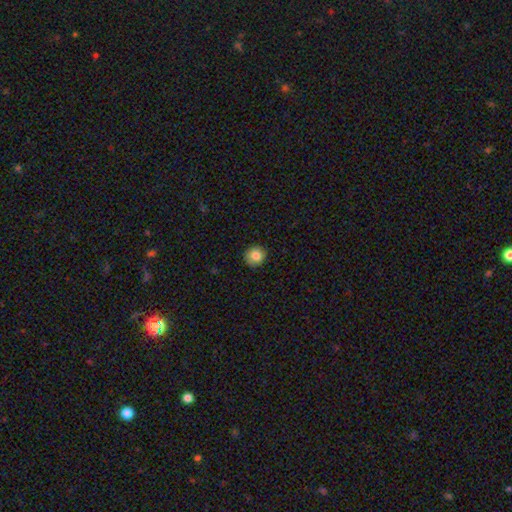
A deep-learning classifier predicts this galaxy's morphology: Smooth or featured?
  - smooth: 84% *
  - star or artifact: 9%
  - featured or disk: 7%
How rounded?
  - round: 90% *
  - in between: 9%
  - cigar-shaped: 1%
Merging?
  - none: 88% *
  - minor disturbance: 9%
  - major disturbance: 2%
  - merger: 1%